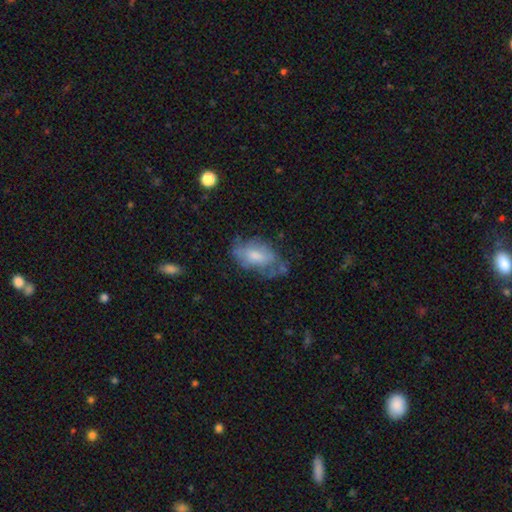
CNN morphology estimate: type=smooth (51%); roundness=in between (91%); merging=none (41%).